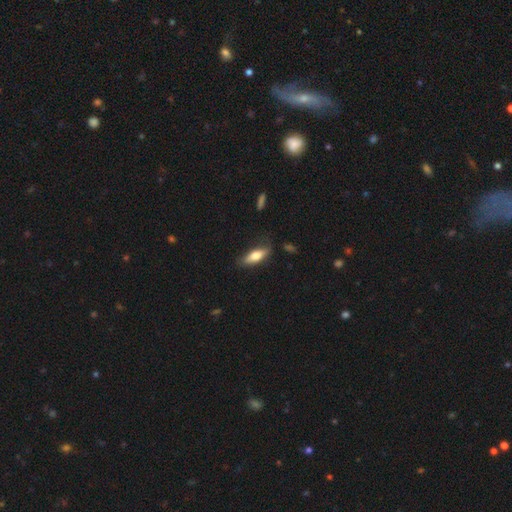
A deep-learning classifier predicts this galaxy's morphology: Smooth or featured? smooth (69%)
How rounded? in between (59%)
Merging? none (72%)